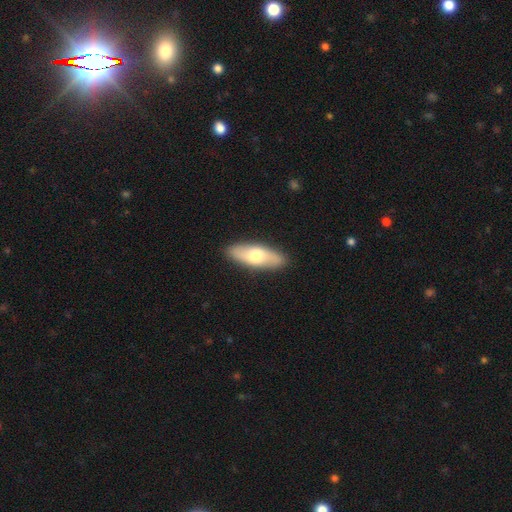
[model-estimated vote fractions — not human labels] This is likely a smooth galaxy (62%). How rounded: likely in between (66%). Merging: clearly none (89%).